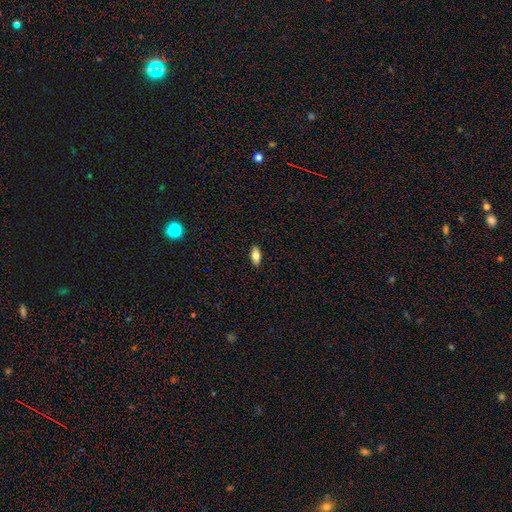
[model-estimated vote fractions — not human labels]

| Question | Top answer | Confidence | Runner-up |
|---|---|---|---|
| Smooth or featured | smooth | 75% | featured or disk (18%) |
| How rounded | in between | 85% | cigar-shaped (12%) |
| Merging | none | 90% | minor disturbance (8%) |